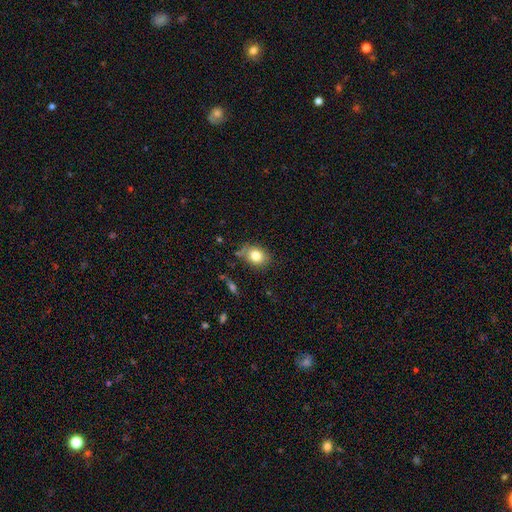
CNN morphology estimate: Smooth or featured? smooth (79%)
How rounded? in between (59%)
Merging? none (74%)